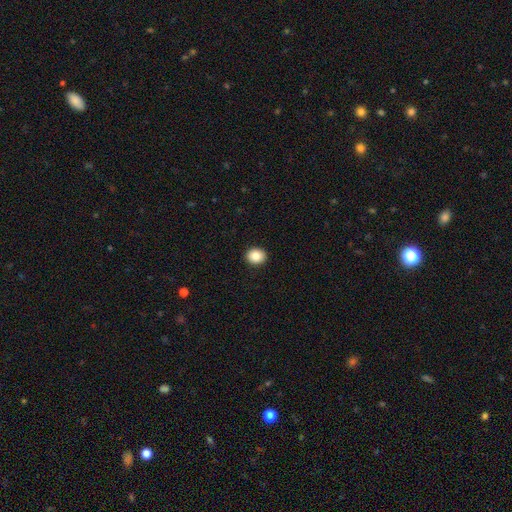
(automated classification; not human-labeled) A smooth galaxy with no disk features (85%) that is round (67%).

Vote fractions:
- Smooth or featured? smooth: 85% / star or artifact: 9% / featured or disk: 6%
- How rounded? round: 67% / in between: 32% / cigar-shaped: 1%
- Merging? none: 92% / minor disturbance: 5% / major disturbance: 2% / merger: 1%